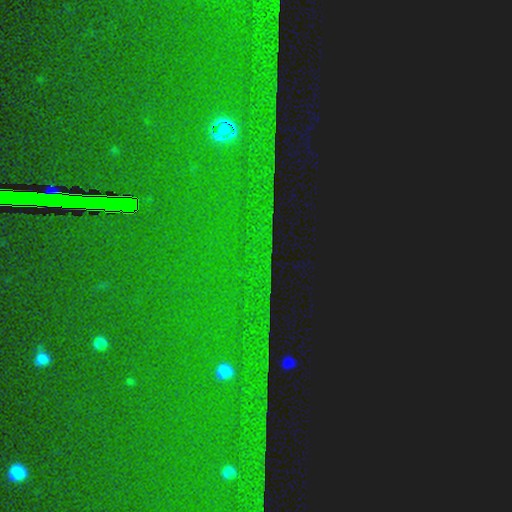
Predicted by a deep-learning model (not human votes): star or artifact 87%, featured or disk 7%, smooth 6%.